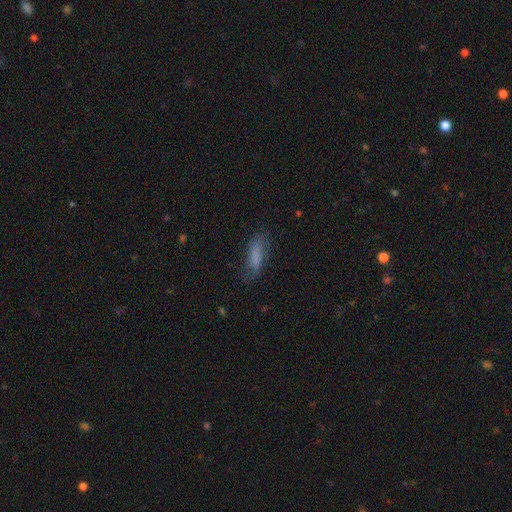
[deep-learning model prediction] Smooth or featured: smooth — 69% (featured or disk — 22%)
How rounded: cigar-shaped — 50% (in between — 48%)
Merging: none — 63% (minor disturbance — 25%)